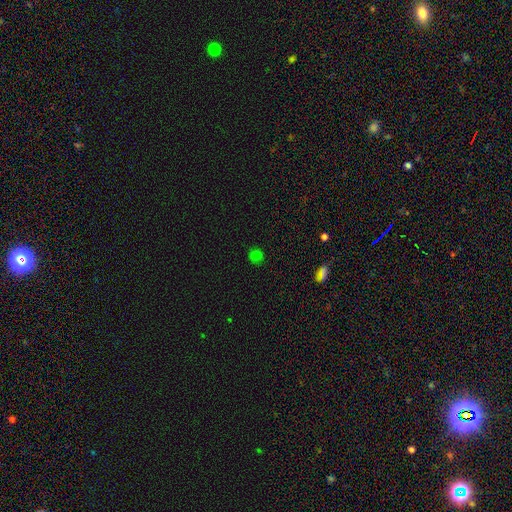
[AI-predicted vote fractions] This is likely a smooth galaxy (72%). How rounded: clearly round (81%). Merging: clearly none (87%).